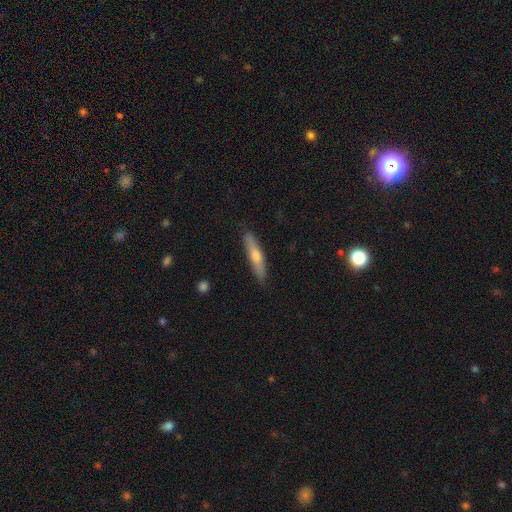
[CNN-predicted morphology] type=smooth (55%); roundness=cigar-shaped (84%); merging=none (87%).